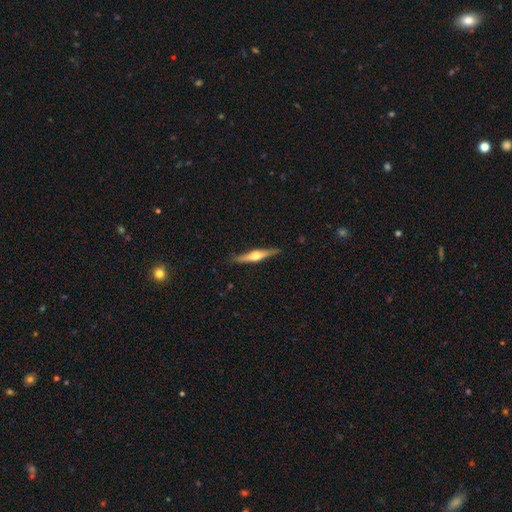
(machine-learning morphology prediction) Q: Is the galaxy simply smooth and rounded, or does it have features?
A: featured or disk — 68%.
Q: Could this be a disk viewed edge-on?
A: yes — 98%.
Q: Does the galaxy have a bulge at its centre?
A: rounded — 91%.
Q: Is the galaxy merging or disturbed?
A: none — 89%.